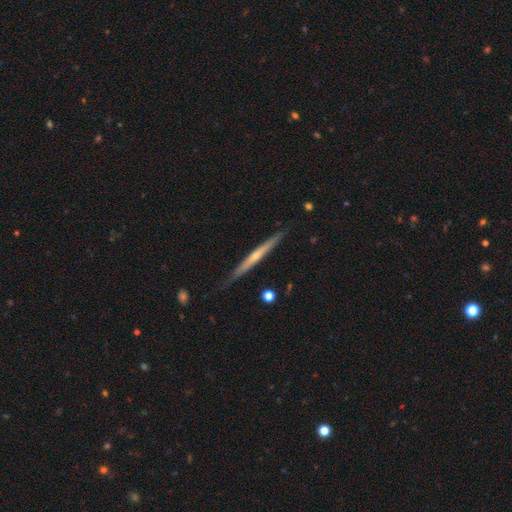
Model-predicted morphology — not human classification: Smooth or featured? Predicted: featured or disk (p=0.64). Edge-on disk? Predicted: yes (p=0.97). Edge-on bulge? Predicted: rounded (p=0.53). Merging? Predicted: none (p=0.84).